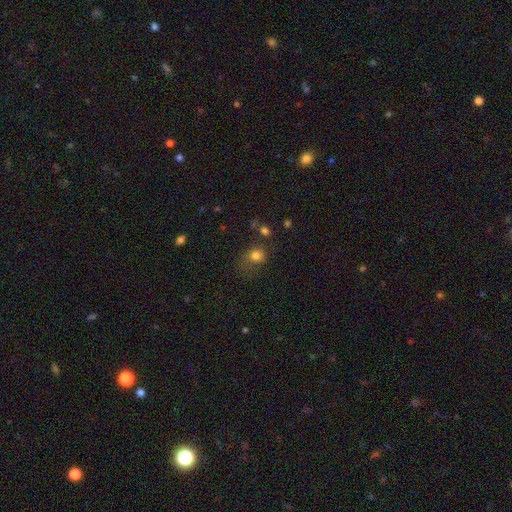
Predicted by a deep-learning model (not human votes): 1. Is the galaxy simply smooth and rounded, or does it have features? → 78% smooth, 13% star or artifact, 8% featured or disk.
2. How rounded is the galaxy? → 65% round, 34% in between, 1% cigar-shaped.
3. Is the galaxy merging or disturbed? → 44% none, 25% minor disturbance, 24% major disturbance, 6% merger.